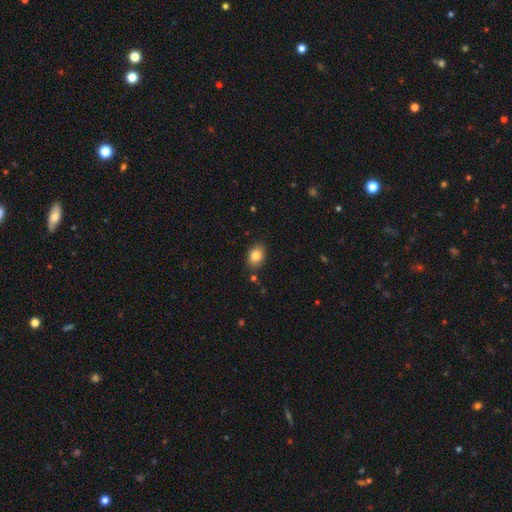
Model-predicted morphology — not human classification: Smooth or featured: smooth — 83% (star or artifact — 9%)
How rounded: in between — 75% (round — 24%)
Merging: none — 84% (minor disturbance — 11%)